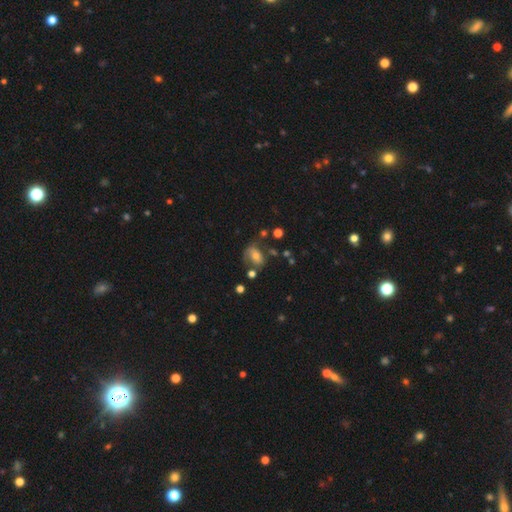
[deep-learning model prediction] Smooth or featured?
  - smooth: 51% *
  - featured or disk: 37%
  - star or artifact: 12%
How rounded?
  - in between: 74% *
  - round: 24%
  - cigar-shaped: 2%
Merging?
  - none: 46% *
  - minor disturbance: 25%
  - major disturbance: 19%
  - merger: 9%